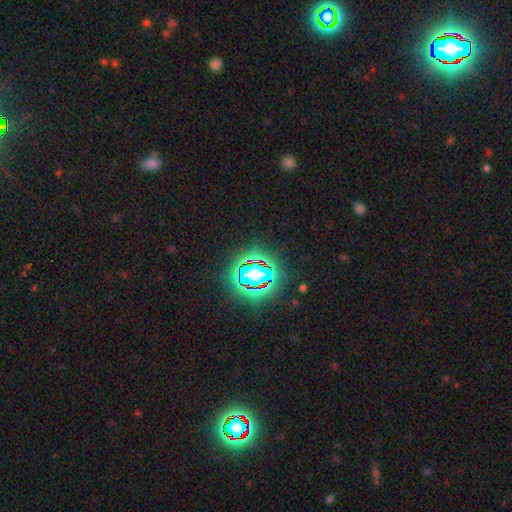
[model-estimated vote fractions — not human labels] Overall: star or artifact (80%).